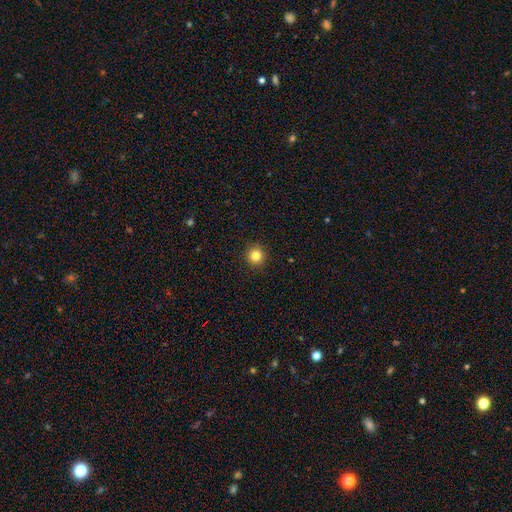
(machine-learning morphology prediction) The model was most divided on "smooth or featured": smooth: 83%, star or artifact: 12%, featured or disk: 5%. More confident: how rounded — round (95%); merging — none (93%).